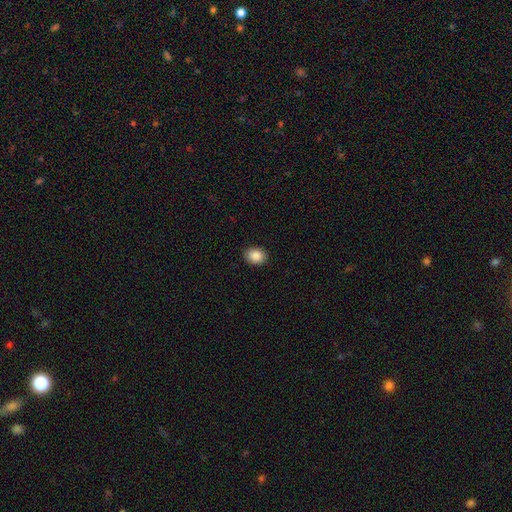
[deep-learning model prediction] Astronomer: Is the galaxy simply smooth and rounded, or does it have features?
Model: smooth — 88%.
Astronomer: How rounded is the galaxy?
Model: in between — 58% (runner-up: round, 41%).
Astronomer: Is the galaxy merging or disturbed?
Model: none — 89%.